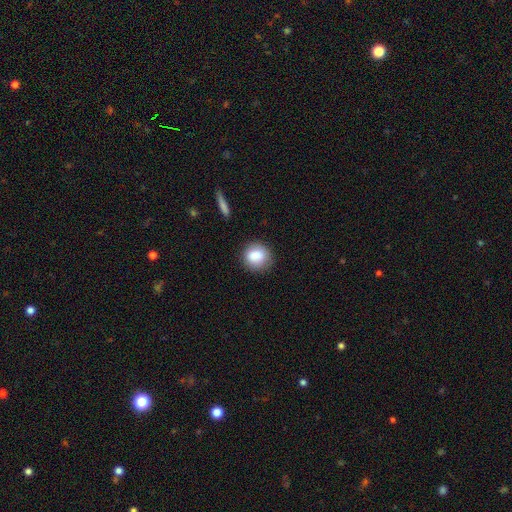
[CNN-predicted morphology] Q: Smooth or featured?
A: smooth (85%); runner-up: star or artifact (8%)
Q: How rounded?
A: round (80%); runner-up: in between (19%)
Q: Merging?
A: none (79%); runner-up: minor disturbance (15%)